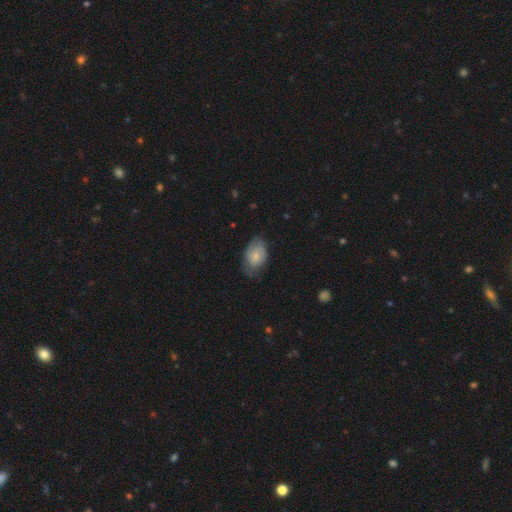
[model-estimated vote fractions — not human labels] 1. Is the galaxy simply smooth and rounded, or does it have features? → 73% smooth, 21% featured or disk, 6% star or artifact.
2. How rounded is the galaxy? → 90% in between, 9% round, 1% cigar-shaped.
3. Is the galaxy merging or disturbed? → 59% none, 32% minor disturbance, 8% major disturbance, 1% merger.